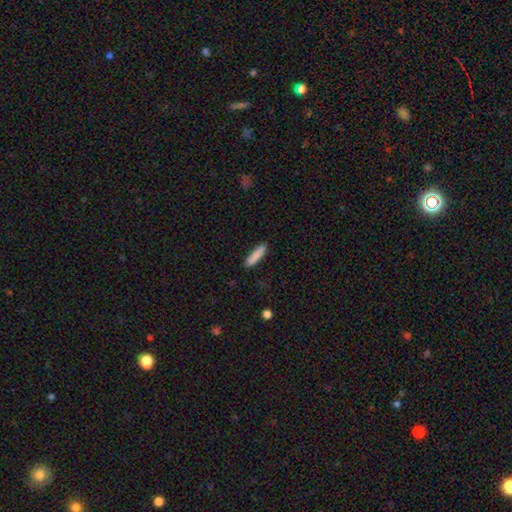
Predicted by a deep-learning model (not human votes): A smooth galaxy with no disk features (87%) that is cigar-shaped (76%).

Vote fractions:
- Smooth or featured? smooth: 87% / featured or disk: 7% / star or artifact: 6%
- How rounded? cigar-shaped: 76% / in between: 22% / round: 1%
- Merging? none: 89% / minor disturbance: 8% / major disturbance: 2% / merger: 1%